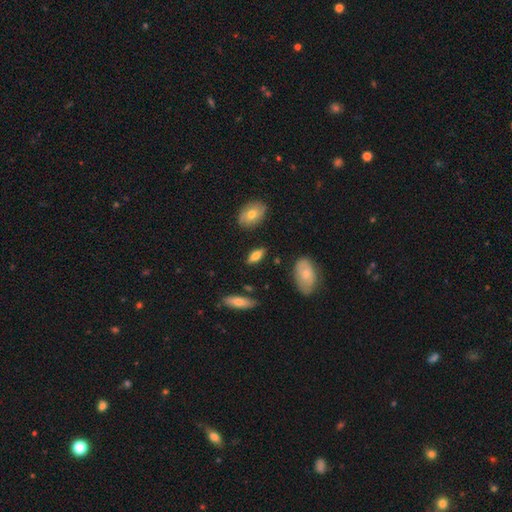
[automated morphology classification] A smooth galaxy with no disk features (69%) that is in between round and cigar-shaped (73%).

Vote fractions:
- Smooth or featured? smooth: 69% / featured or disk: 22% / star or artifact: 8%
- How rounded? in between: 73% / cigar-shaped: 22% / round: 5%
- Merging? none: 82% / minor disturbance: 12% / major disturbance: 3% / merger: 3%